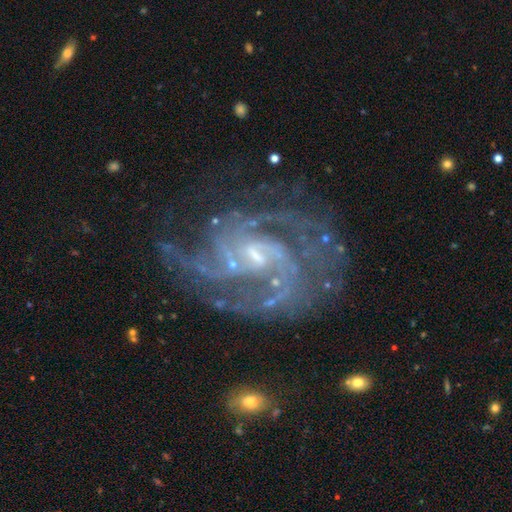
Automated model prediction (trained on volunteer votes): Smooth or featured?
  - featured or disk: 91% *
  - star or artifact: 6%
  - smooth: 3%
Edge-on disk?
  - no: 98% *
  - yes: 2%
Bar?
  - weak: 57% *
  - no: 26%
  - strong: 17%
Spiral arms?
  - yes: 98% *
  - no: 2%
Spiral winding?
  - medium: 52% *
  - tight: 32%
  - loose: 15%
Spiral arm count?
  - 3: 27% *
  - 2: 26%
  - can't tell: 16%
  - 4: 14%
  - more than 4: 9%
  - 1: 9%
Bulge size?
  - small: 58% *
  - moderate: 25%
  - none: 13%
  - large: 2%
  - dominant: 1%
Merging?
  - none: 61% *
  - minor disturbance: 18%
  - major disturbance: 18%
  - merger: 3%